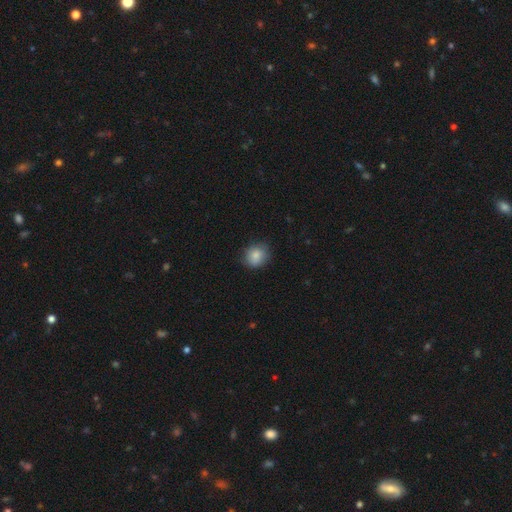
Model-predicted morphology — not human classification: A smooth galaxy with no disk features (84%) that is round (78%).

Vote fractions:
- Smooth or featured? smooth: 84% / star or artifact: 8% / featured or disk: 7%
- How rounded? round: 78% / in between: 21% / cigar-shaped: 1%
- Merging? none: 80% / minor disturbance: 15% / major disturbance: 3% / merger: 1%